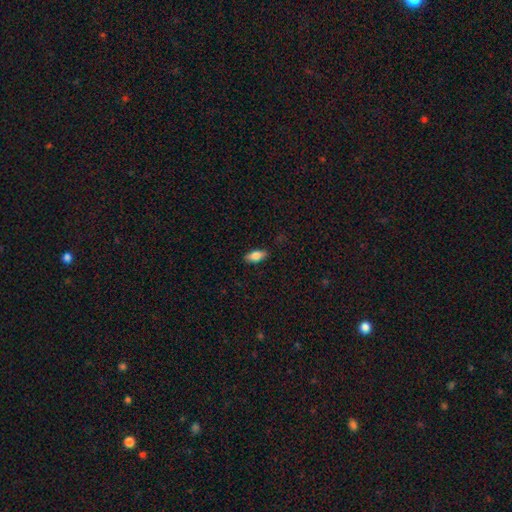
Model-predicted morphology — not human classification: A smooth galaxy with no disk features (82%) that is in between round and cigar-shaped (86%). Merging: none (87%).